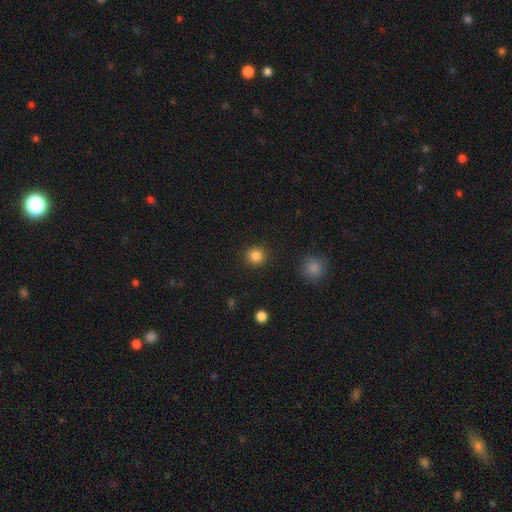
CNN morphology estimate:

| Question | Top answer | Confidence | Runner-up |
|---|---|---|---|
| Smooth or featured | smooth | 85% | star or artifact (11%) |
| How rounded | round | 91% | in between (8%) |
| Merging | none | 91% | minor disturbance (6%) |